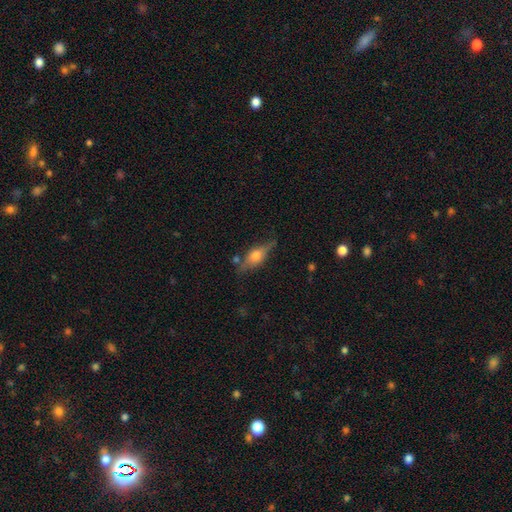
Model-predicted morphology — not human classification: Q: Smooth or featured?
A: featured or disk (53%); runner-up: smooth (39%)
Q: Edge-on disk?
A: yes (86%); runner-up: no (14%)
Q: Merging?
A: none (68%); runner-up: minor disturbance (21%)